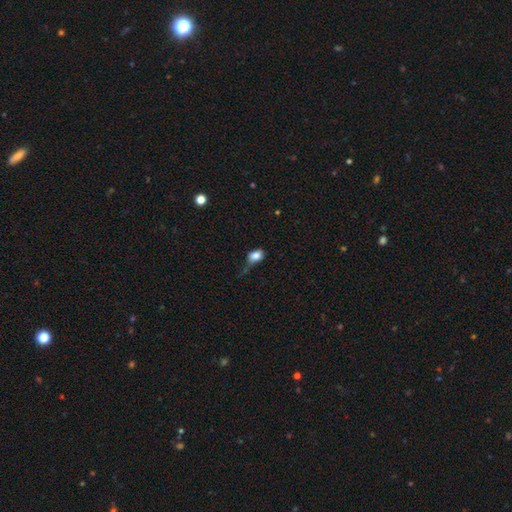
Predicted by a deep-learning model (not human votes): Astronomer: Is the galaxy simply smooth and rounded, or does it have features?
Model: smooth — 77%.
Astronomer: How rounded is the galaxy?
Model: in between — 71%.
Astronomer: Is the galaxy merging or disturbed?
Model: minor disturbance — 34%, tied with major disturbance at 34%.